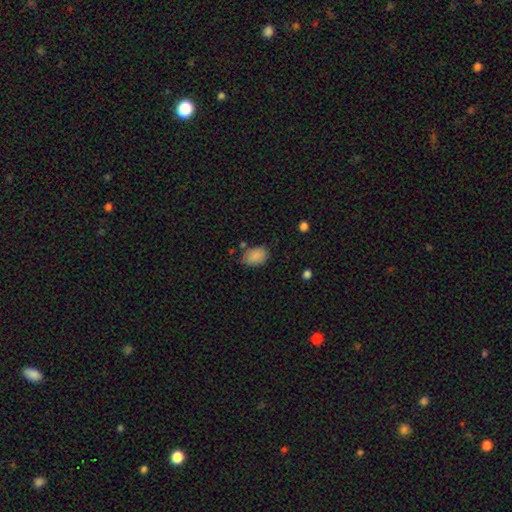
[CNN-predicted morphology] Q: Smooth or featured?
A: smooth (88%); runner-up: star or artifact (8%)
Q: How rounded?
A: in between (80%); runner-up: round (19%)
Q: Merging?
A: none (72%); runner-up: minor disturbance (20%)